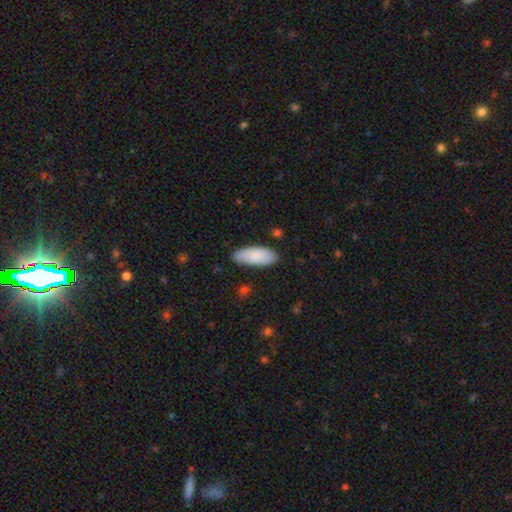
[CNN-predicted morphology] Q: Smooth or featured?
A: smooth (86%); runner-up: featured or disk (8%)
Q: How rounded?
A: in between (80%); runner-up: cigar-shaped (18%)
Q: Merging?
A: none (85%); runner-up: minor disturbance (12%)